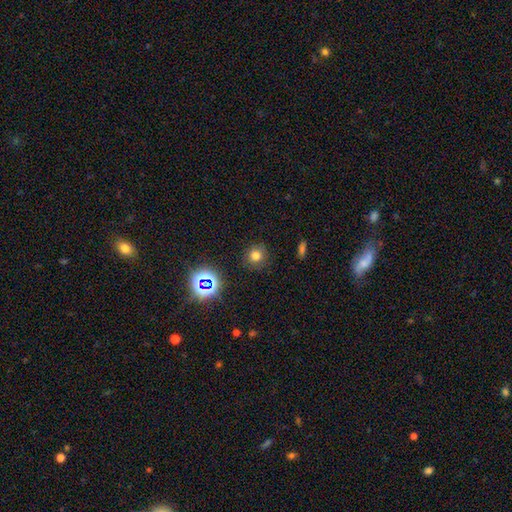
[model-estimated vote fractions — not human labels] Smooth or featured?
  - smooth: 70% *
  - star or artifact: 21%
  - featured or disk: 9%
How rounded?
  - round: 89% *
  - in between: 10%
  - cigar-shaped: 1%
Merging?
  - none: 86% *
  - minor disturbance: 9%
  - major disturbance: 3%
  - merger: 2%